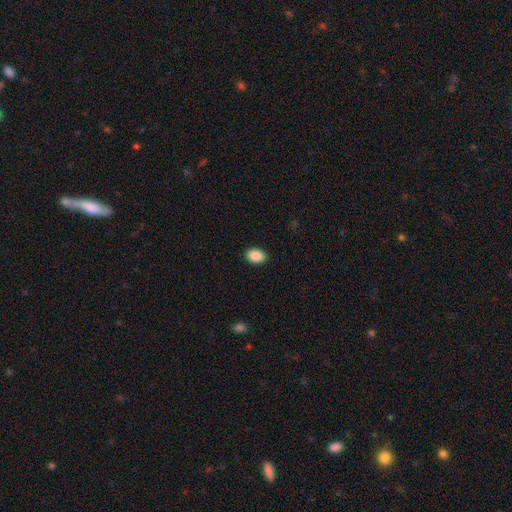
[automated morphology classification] This appears to be a smooth galaxy with no disk features (89%) that is in between round and cigar-shaped (84%). Merging: none (90%).